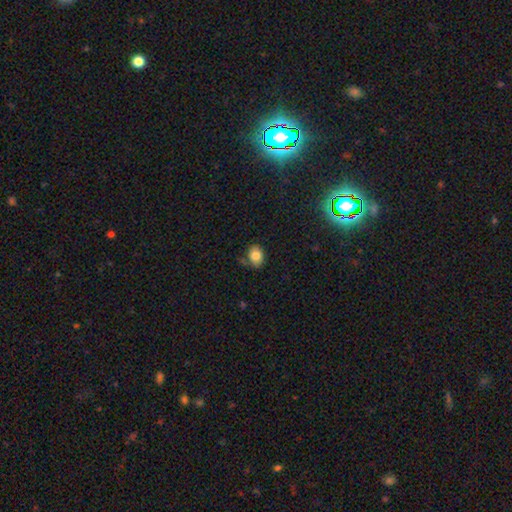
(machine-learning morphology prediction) Smooth or featured? Predicted: smooth (p=0.81). How rounded? Predicted: in between (p=0.60). Merging? Predicted: none (p=0.68).